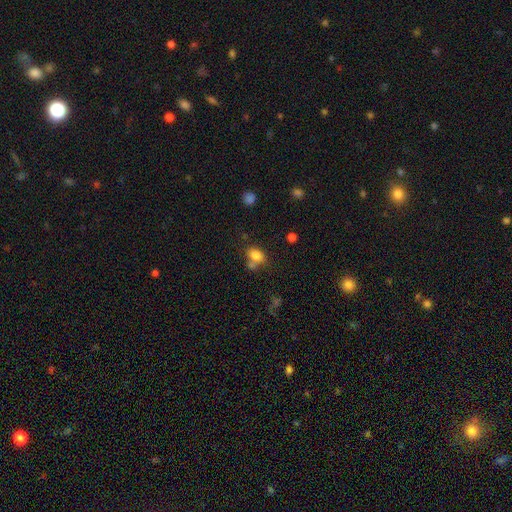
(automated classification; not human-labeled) This is clearly a smooth galaxy (82%). How rounded: likely in between (73%). Merging: possibly none (54%).